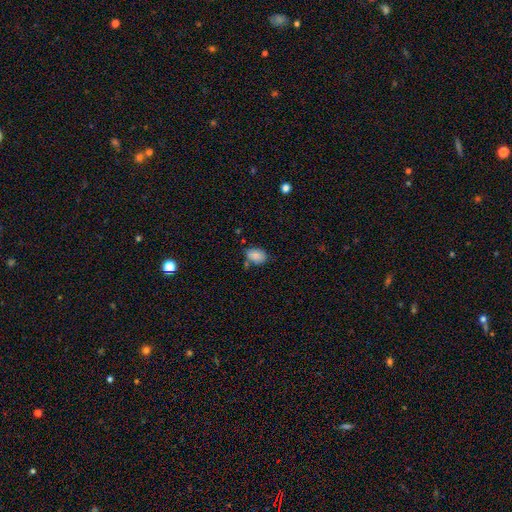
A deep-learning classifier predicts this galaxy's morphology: The model was most divided on "merging": none: 65%, minor disturbance: 20%, merger: 10%, major disturbance: 5%. More confident: smooth or featured — smooth (87%); how rounded — in between (82%).